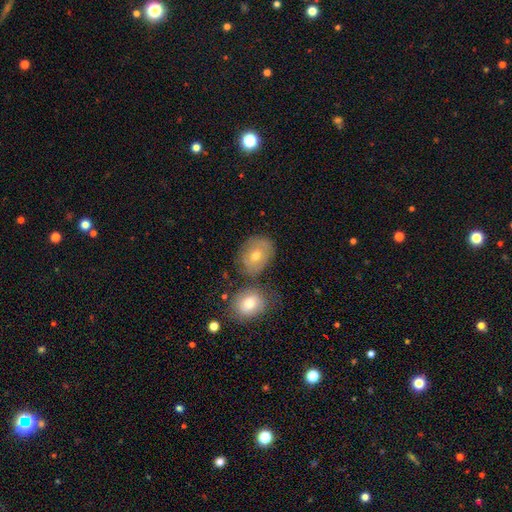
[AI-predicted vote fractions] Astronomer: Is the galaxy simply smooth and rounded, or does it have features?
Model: smooth — 65%.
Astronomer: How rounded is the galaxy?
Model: round — 51% (runner-up: in between, 48%).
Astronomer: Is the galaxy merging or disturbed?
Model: none — 57%.